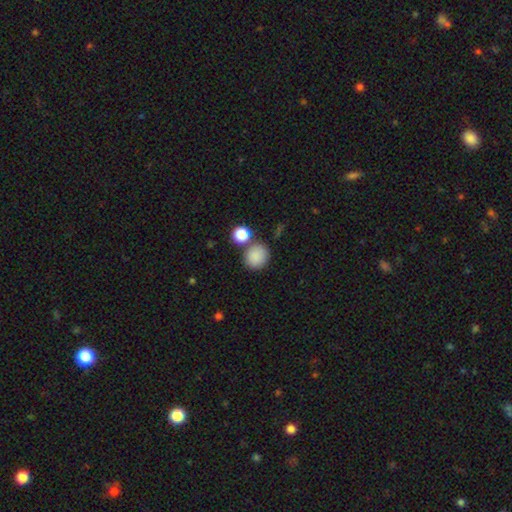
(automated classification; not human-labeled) smooth 86%, star or artifact 9%, featured or disk 5%. Down the decision tree: how rounded — round (84%); merging — none (70%).